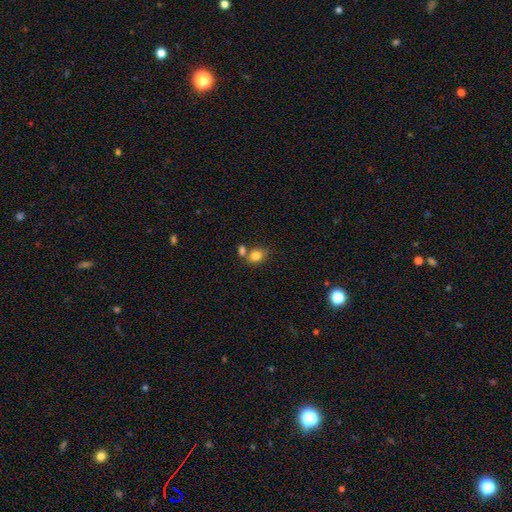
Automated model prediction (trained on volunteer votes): A smooth galaxy with no disk features (82%) that is in between round and cigar-shaped (54%). Merging: none (52%).